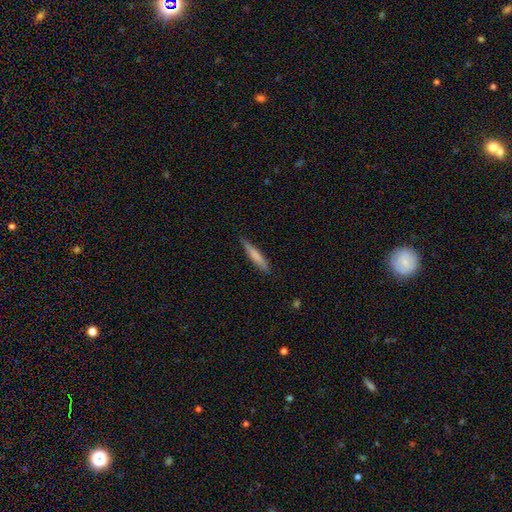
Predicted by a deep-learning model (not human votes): Overall: smooth (72%). How rounded: cigar-shaped (92%). Merging: none (84%).